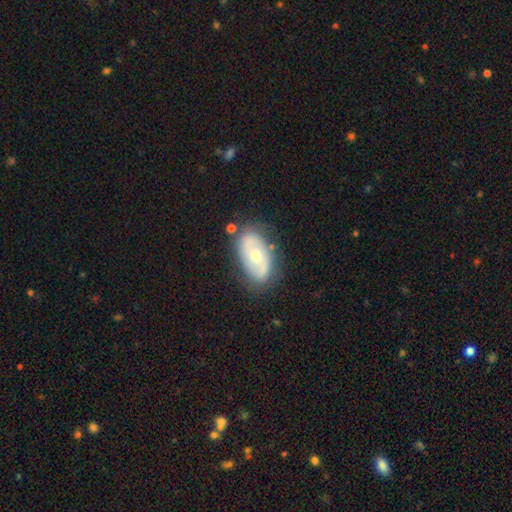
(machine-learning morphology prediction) Smooth or featured: featured or disk — 60% (smooth — 34%)
Edge-on disk: no — 92% (yes — 8%)
Bar: no — 75% (weak — 19%)
Spiral arms: no — 51% (yes — 49%)
Bulge size: moderate — 63% (small — 33%)
Merging: none — 74% (minor disturbance — 17%)